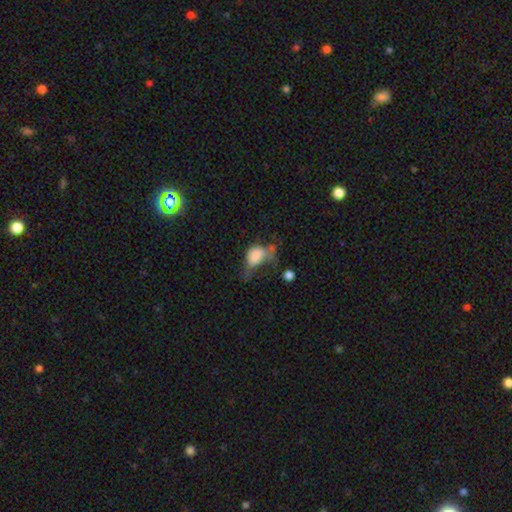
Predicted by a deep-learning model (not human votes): Smooth or featured: smooth — 70% (featured or disk — 19%)
How rounded: in between — 80% (round — 18%)
Merging: major disturbance — 49% (minor disturbance — 22%)